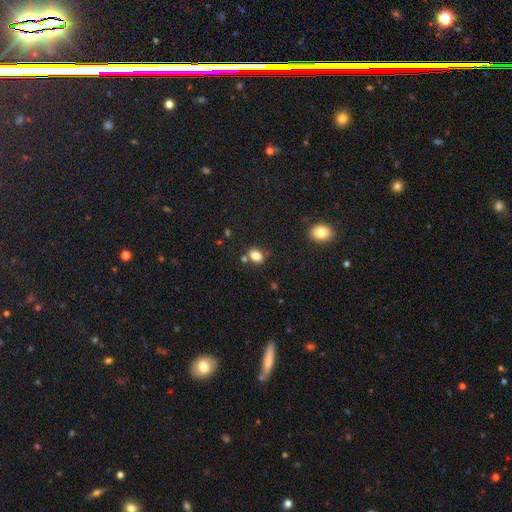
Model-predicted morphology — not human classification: smooth 83%, star or artifact 11%, featured or disk 6%. Down the decision tree: how rounded — in between (73%); merging — none (71%).